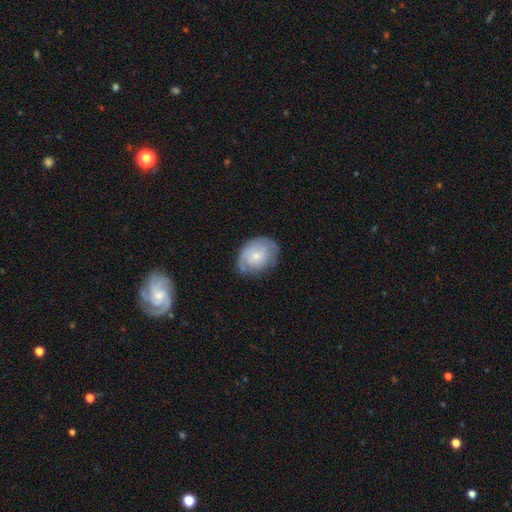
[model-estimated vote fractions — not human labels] smooth 54%, featured or disk 39%, star or artifact 7%. Down the decision tree: how rounded — in between (61%); merging — none (61%).